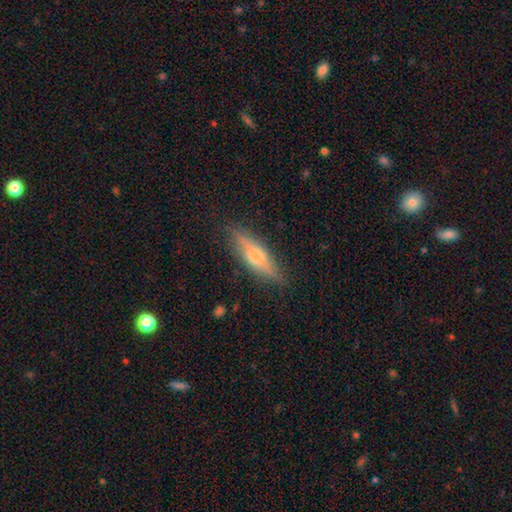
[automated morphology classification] featured or disk 48%, smooth 45%, star or artifact 7%. Down the decision tree: merging — none (84%).